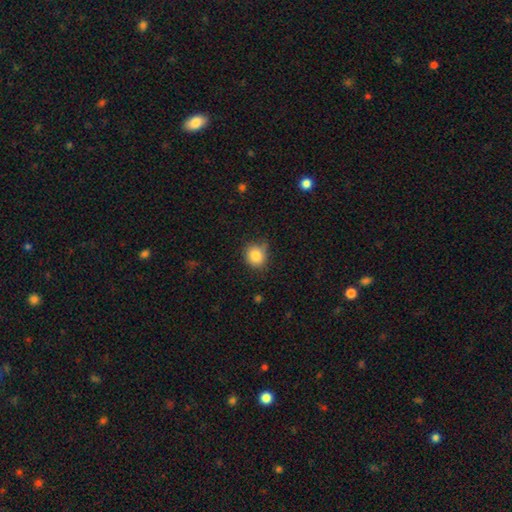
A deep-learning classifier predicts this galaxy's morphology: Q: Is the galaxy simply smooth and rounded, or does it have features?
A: smooth — 84%.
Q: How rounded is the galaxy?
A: round — 81%.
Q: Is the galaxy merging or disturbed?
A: none — 71%.